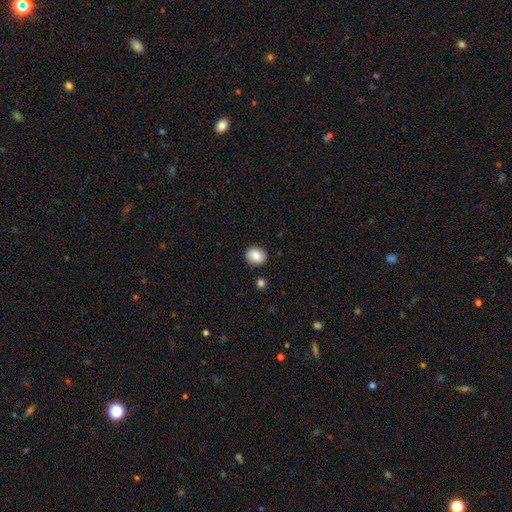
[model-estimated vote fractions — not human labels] This is clearly a smooth galaxy (84%). How rounded: likely round (60%). Merging: clearly none (86%).